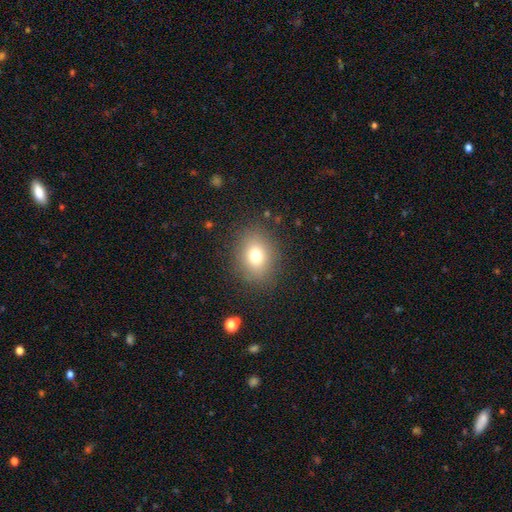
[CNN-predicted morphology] smooth 74%, star or artifact 14%, featured or disk 12%. Down the decision tree: how rounded — round (53%); merging — none (85%).